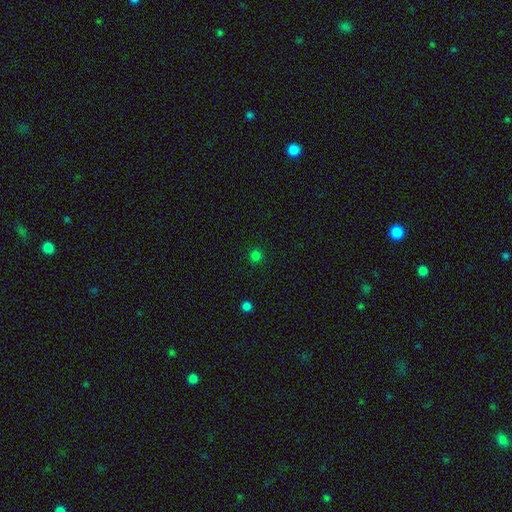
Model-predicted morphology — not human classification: This appears to be a smooth galaxy with no disk features (77%) that is round (94%). Merging: none (91%).